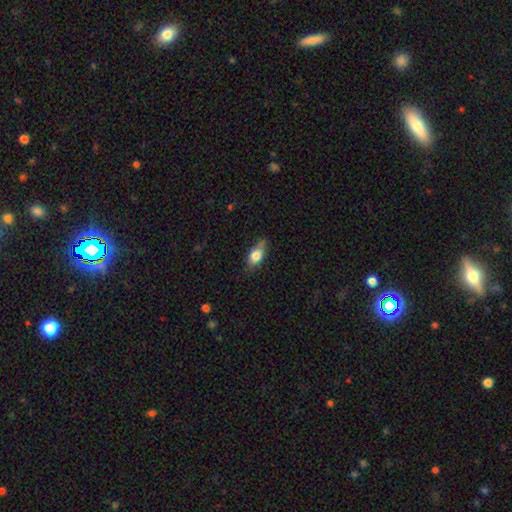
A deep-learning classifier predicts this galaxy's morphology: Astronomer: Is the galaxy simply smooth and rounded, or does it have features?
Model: smooth — 74%.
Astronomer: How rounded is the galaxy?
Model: in between — 81%.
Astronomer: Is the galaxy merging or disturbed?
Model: none — 65%.